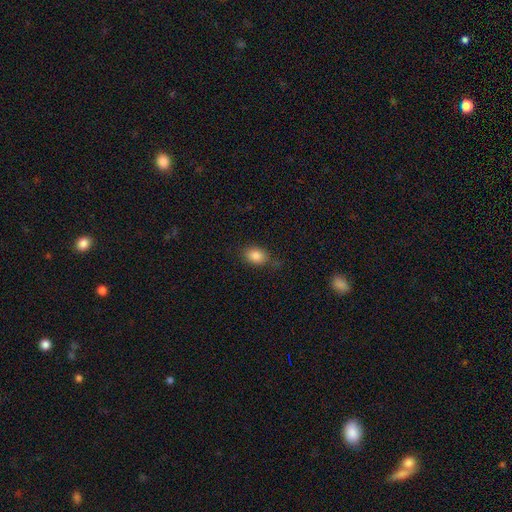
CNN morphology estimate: A smooth galaxy with no disk features (85%) that is in between round and cigar-shaped (74%). Merging: none (74%).